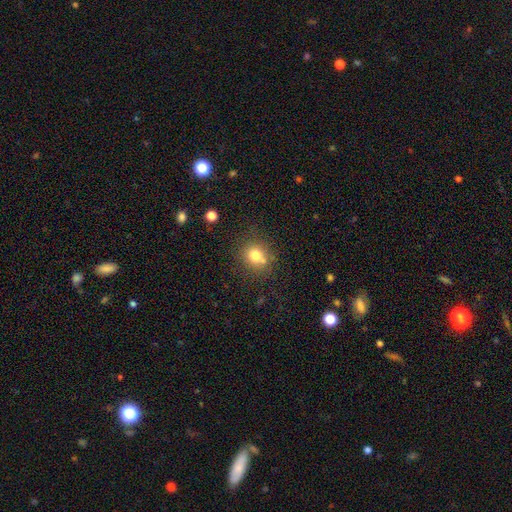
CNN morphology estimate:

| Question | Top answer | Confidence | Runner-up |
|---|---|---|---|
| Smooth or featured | smooth | 76% | star or artifact (13%) |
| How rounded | round | 82% | in between (17%) |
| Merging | none | 69% | merger (13%) |